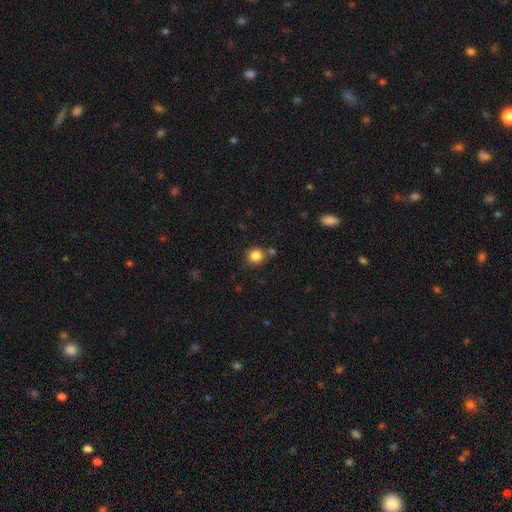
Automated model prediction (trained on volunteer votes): Smooth or featured: smooth — 85% (star or artifact — 11%)
How rounded: round — 88% (in between — 11%)
Merging: none — 77% (minor disturbance — 10%)